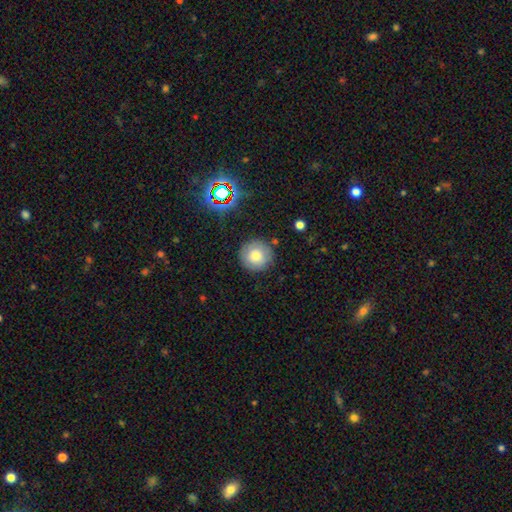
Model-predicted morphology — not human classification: A smooth galaxy with no disk features (77%) that is round (96%).

Vote fractions:
- Smooth or featured? smooth: 77% / featured or disk: 12% / star or artifact: 12%
- How rounded? round: 96% / in between: 3% / cigar-shaped: 1%
- Merging? none: 87% / minor disturbance: 9% / major disturbance: 2% / merger: 2%